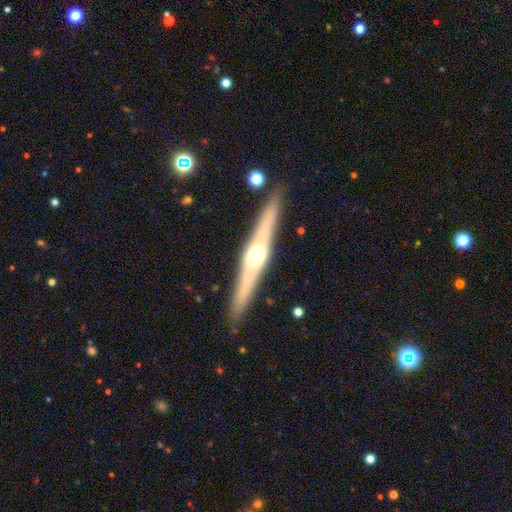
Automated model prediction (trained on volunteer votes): Overall: featured or disk (72%). Edge-on disk: yes (96%). Edge-on bulge: rounded (87%). Merging: none (89%).